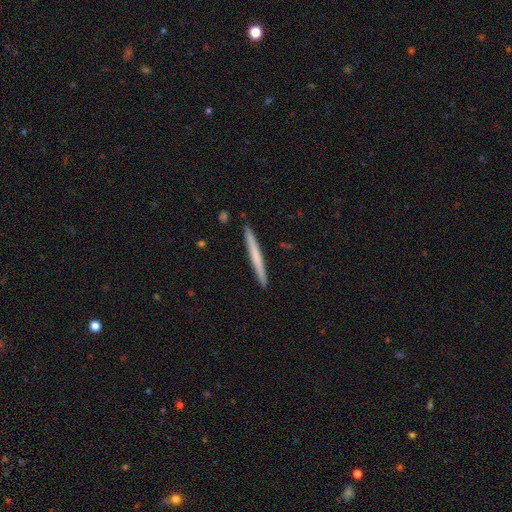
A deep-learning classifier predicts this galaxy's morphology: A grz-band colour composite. It shows a smooth galaxy with no disk features (60%) that is cigar-shaped (97%). Merging: none (92%).